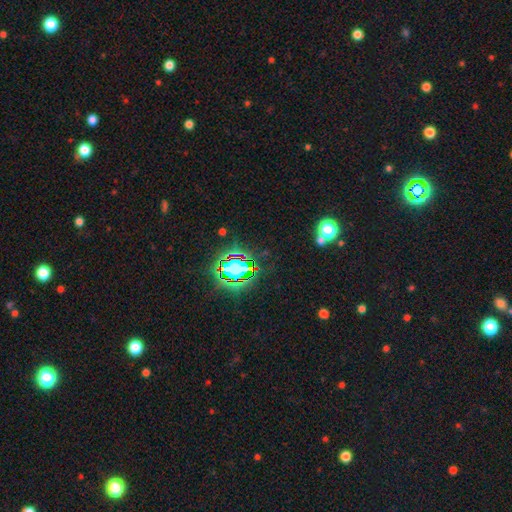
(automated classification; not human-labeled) A star or artifact, not a galaxy (82%).